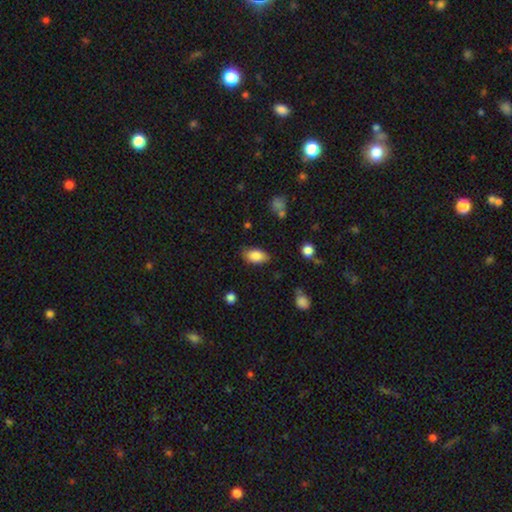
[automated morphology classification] type=smooth (86%); roundness=in between (93%); merging=none (77%).